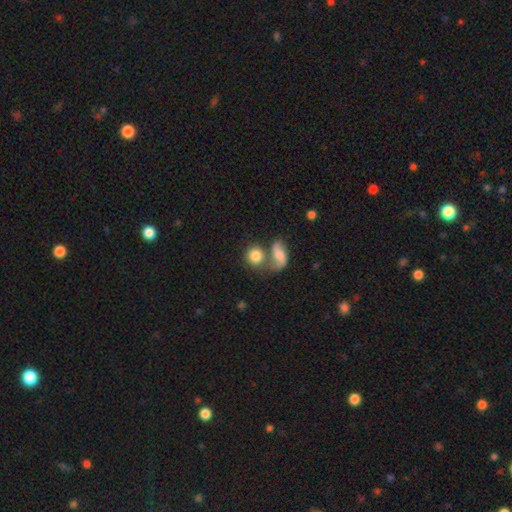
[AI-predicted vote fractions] Morphology: type=smooth (78%); roundness=round (76%); merging=merger (46%).